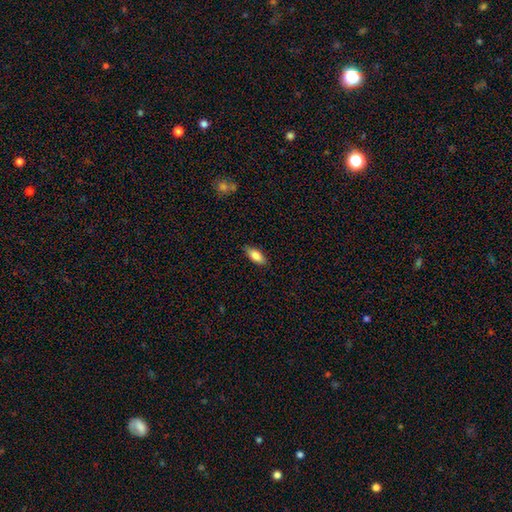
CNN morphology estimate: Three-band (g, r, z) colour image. It shows a smooth galaxy with no disk features (84%) that is in between round and cigar-shaped (80%). Merging: none (87%).